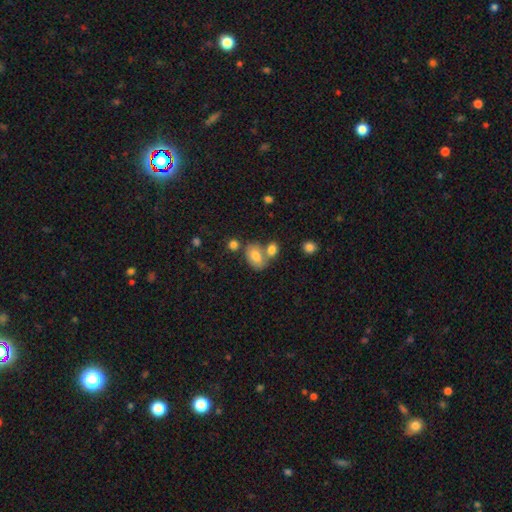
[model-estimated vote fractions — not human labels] This is likely a smooth galaxy (76%). How rounded: clearly in between (82%). Merging: marginally none (44%).